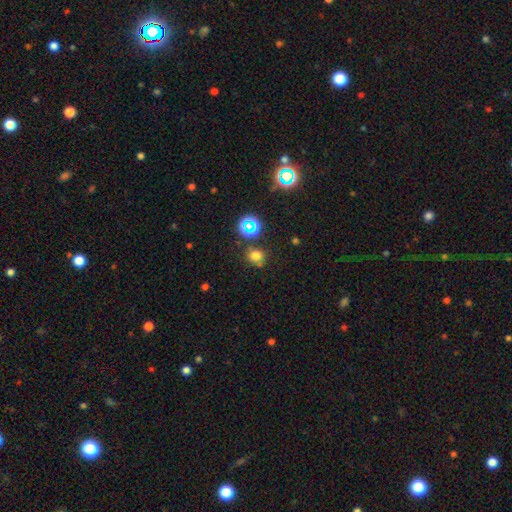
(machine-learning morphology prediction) Smooth or featured? smooth (71%)
How rounded? round (79%)
Merging? none (75%)